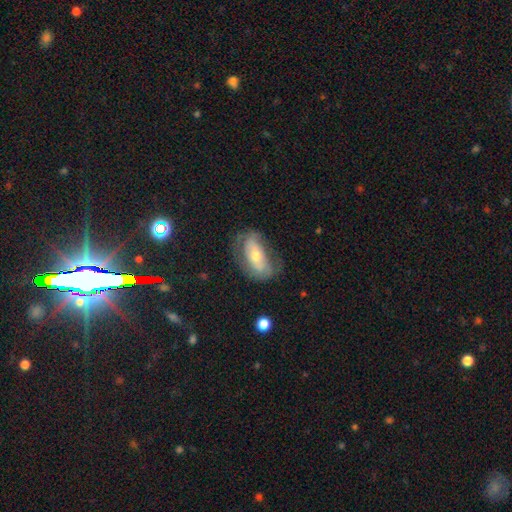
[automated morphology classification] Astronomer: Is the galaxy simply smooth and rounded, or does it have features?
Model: featured or disk — 56% (runner-up: smooth, 36%).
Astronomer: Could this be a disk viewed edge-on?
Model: no — 87%.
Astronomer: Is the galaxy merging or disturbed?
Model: none — 58%.